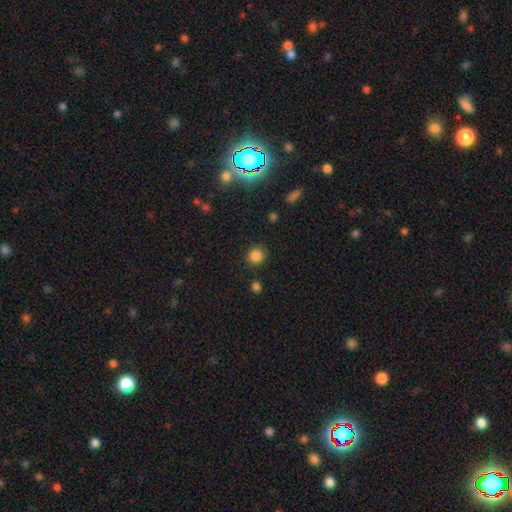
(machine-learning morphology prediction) smooth-or-featured: smooth: 84% | star or artifact: 12% | featured or disk: 4%
  how-rounded: round: 85% | in between: 14% | cigar-shaped: 1%
  merging: none: 85% | minor disturbance: 10% | major disturbance: 3% | merger: 2%